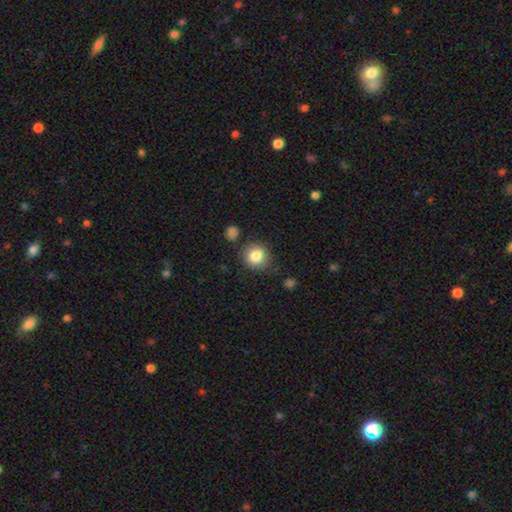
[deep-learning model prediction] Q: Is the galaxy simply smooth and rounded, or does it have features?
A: smooth — 83%.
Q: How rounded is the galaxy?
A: round — 87%.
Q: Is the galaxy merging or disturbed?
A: none — 79%.